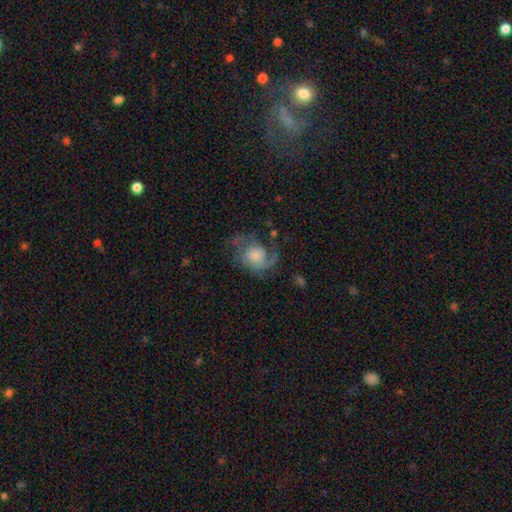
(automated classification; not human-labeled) Smooth or featured? featured or disk (69%)
Edge-on disk? no (98%)
Bar? no (72%)
Spiral arms? yes (90%)
Spiral winding? medium (45%)
Spiral arm count? 2 (41%)
Bulge size? moderate (34%)
Merging? none (49%)